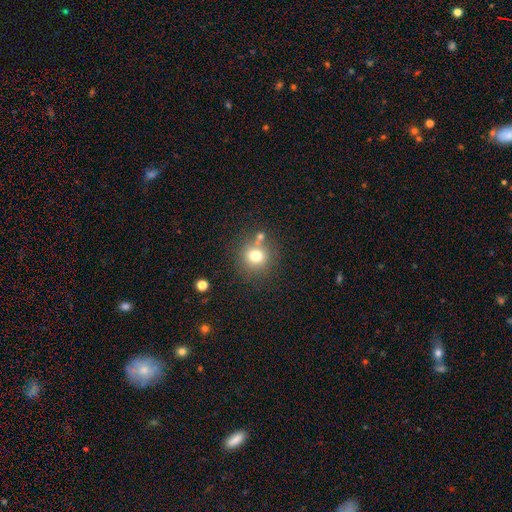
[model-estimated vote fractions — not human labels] Q: Smooth or featured?
A: smooth (74%); runner-up: star or artifact (14%)
Q: How rounded?
A: round (89%); runner-up: in between (10%)
Q: Merging?
A: none (68%); runner-up: merger (16%)